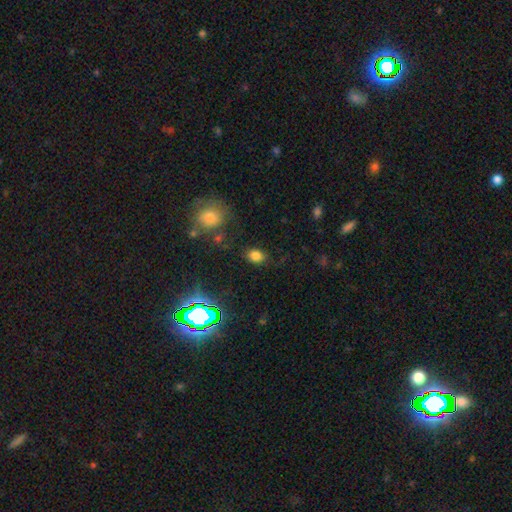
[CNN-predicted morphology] Smooth or featured: smooth — 78% (star or artifact — 15%)
How rounded: in between — 70% (round — 29%)
Merging: none — 77% (minor disturbance — 14%)